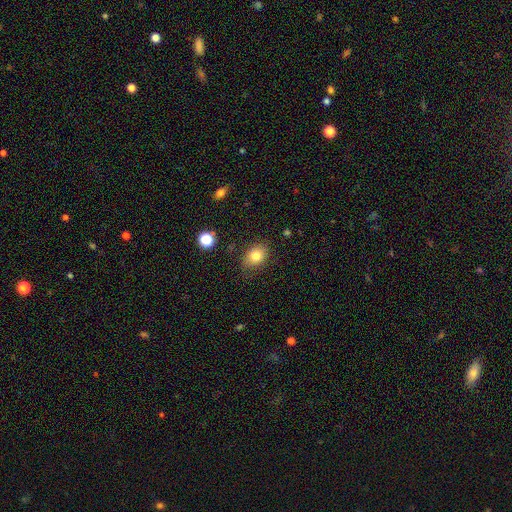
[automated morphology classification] The model was most divided on "how rounded": in between: 65%, round: 34%, cigar-shaped: 1%. More confident: smooth or featured — smooth (80%); merging — none (79%).